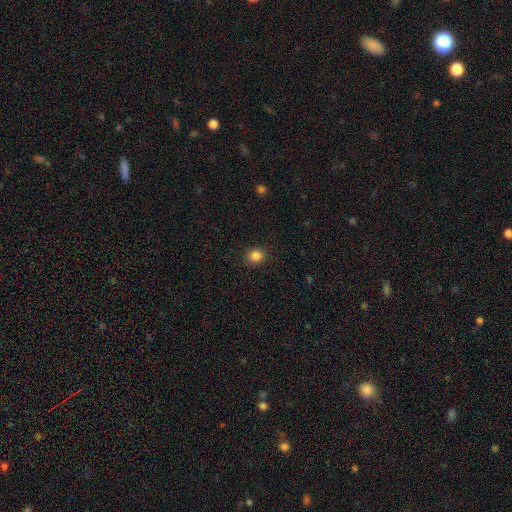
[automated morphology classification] smooth 85%, star or artifact 12%, featured or disk 4%. Down the decision tree: how rounded — round (80%); merging — none (90%).